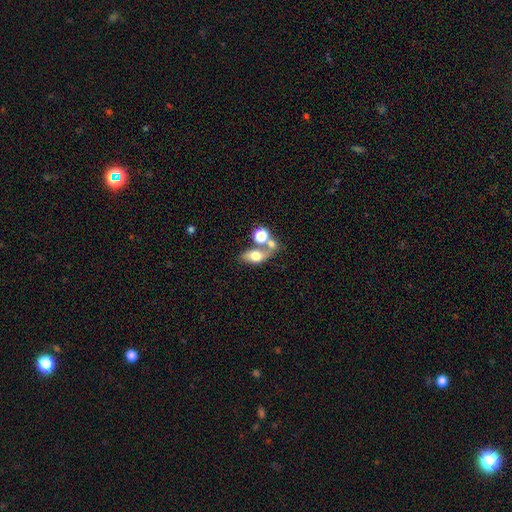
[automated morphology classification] Smooth or featured?
  - smooth: 62% *
  - featured or disk: 27%
  - star or artifact: 11%
How rounded?
  - in between: 73% *
  - round: 20%
  - cigar-shaped: 7%
Merging?
  - merger: 42% *
  - none: 36%
  - minor disturbance: 13%
  - major disturbance: 9%